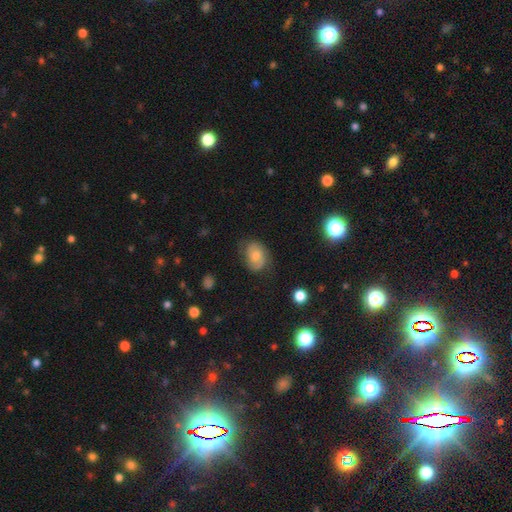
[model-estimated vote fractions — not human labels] featured or disk 54%, smooth 34%, star or artifact 12%. Down the decision tree: edge-on disk — no (96%); bar — no (68%); spiral arms — yes (84%); bulge size — moderate (55%); merging — none (70%).